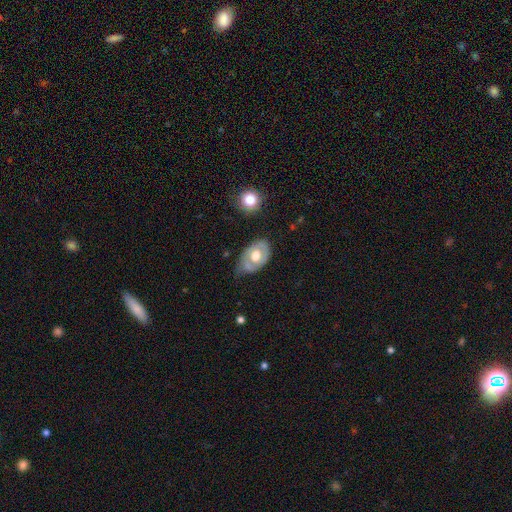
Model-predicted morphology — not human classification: Smooth or featured? featured or disk (50%)
Merging? none (50%)